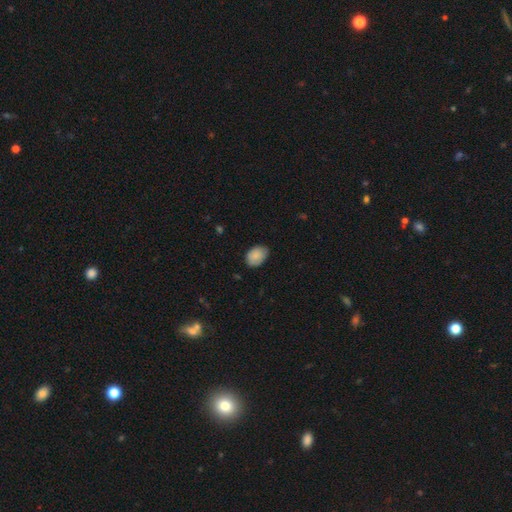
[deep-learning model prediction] smooth 86%, featured or disk 8%, star or artifact 7%. Down the decision tree: how rounded — in between (80%); merging — none (76%).